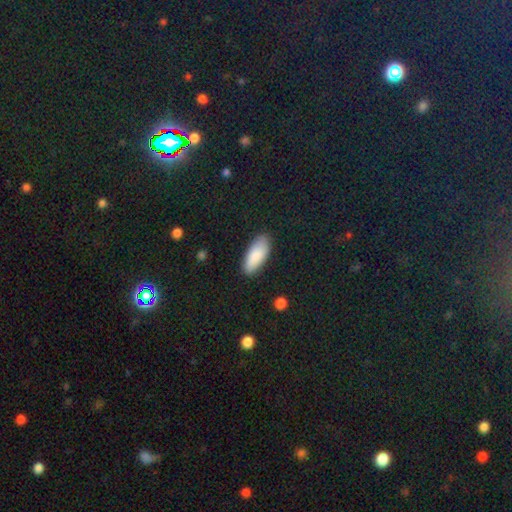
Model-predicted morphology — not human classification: type=smooth (88%); roundness=in between (83%); merging=none (85%).